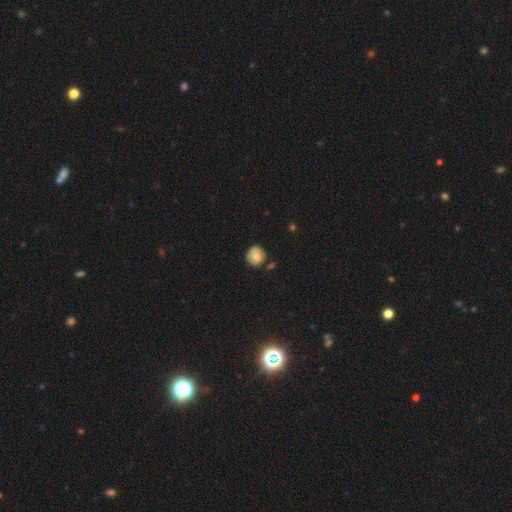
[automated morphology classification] smooth-or-featured: smooth: 70% | featured or disk: 22% | star or artifact: 8%
  how-rounded: round: 85% | in between: 14% | cigar-shaped: 1%
  merging: none: 74% | minor disturbance: 18% | merger: 5% | major disturbance: 3%